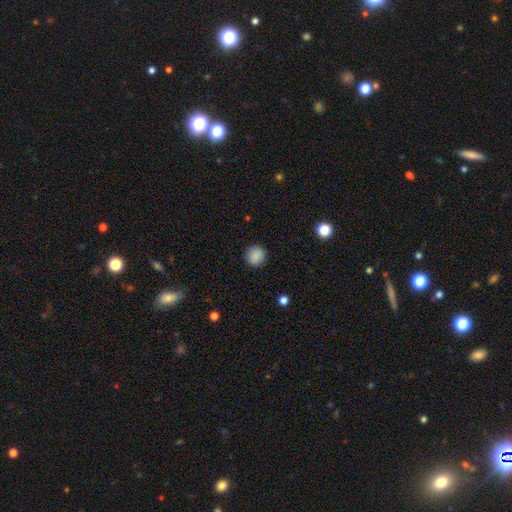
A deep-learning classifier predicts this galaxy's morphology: type=smooth (88%); roundness=round (92%); merging=none (90%).